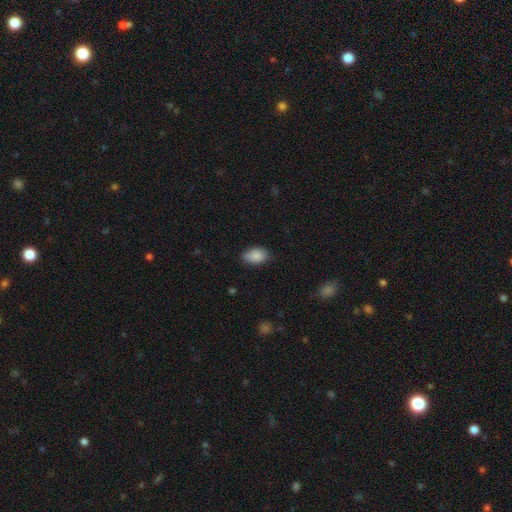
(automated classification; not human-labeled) Morphology: type=smooth (88%); roundness=in between (87%); merging=none (77%).